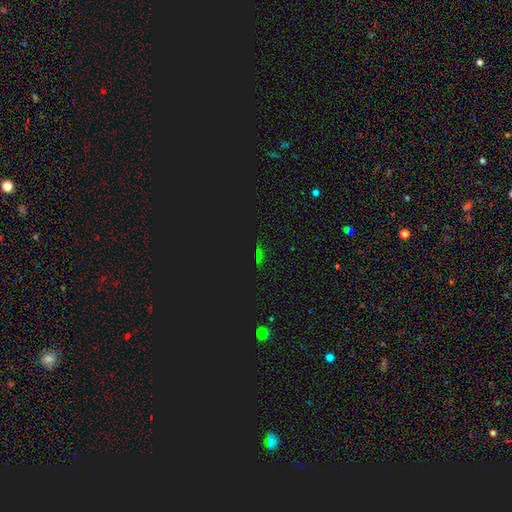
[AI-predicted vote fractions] Overall: star or artifact (64%).